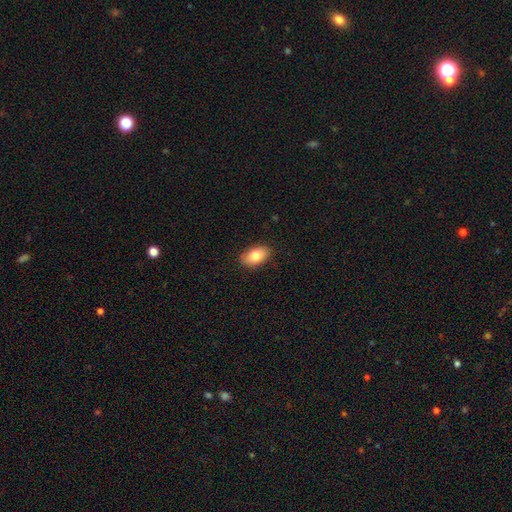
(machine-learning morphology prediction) Q: Smooth or featured?
A: smooth (80%); runner-up: featured or disk (13%)
Q: How rounded?
A: in between (92%); runner-up: round (6%)
Q: Merging?
A: none (88%); runner-up: minor disturbance (9%)